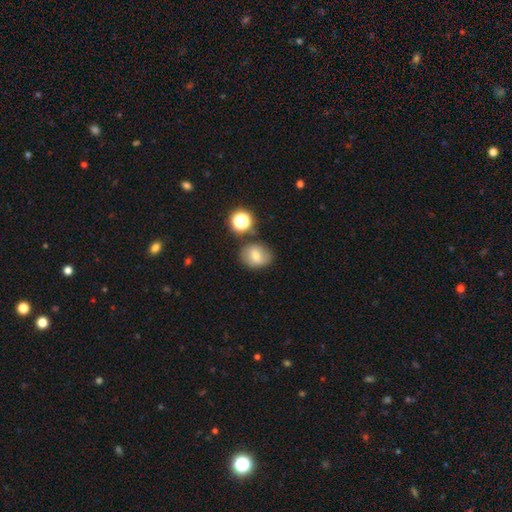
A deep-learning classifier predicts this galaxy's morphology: This is likely a smooth galaxy (64%). How rounded: possibly round (59%). Merging: likely none (73%).